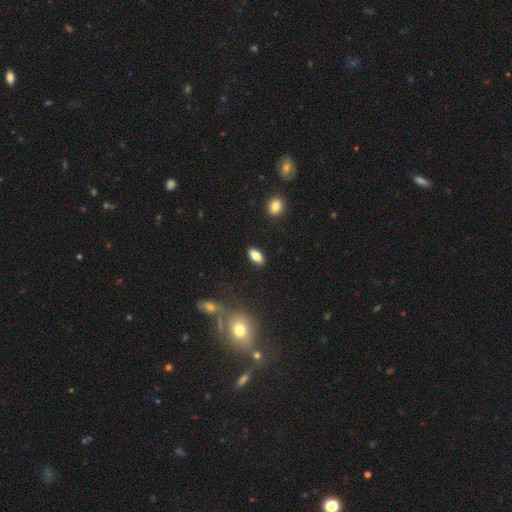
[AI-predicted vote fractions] This appears to be a smooth galaxy with no disk features (76%) that is in between round and cigar-shaped (87%). Merging: none (88%).